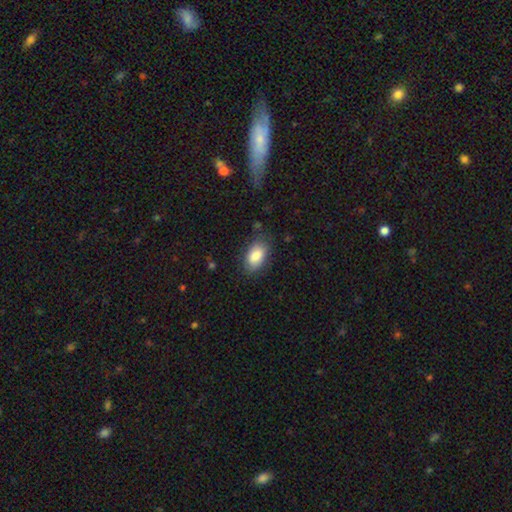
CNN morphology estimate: This is clearly a smooth galaxy (84%). How rounded: clearly in between (93%). Merging: likely none (76%).